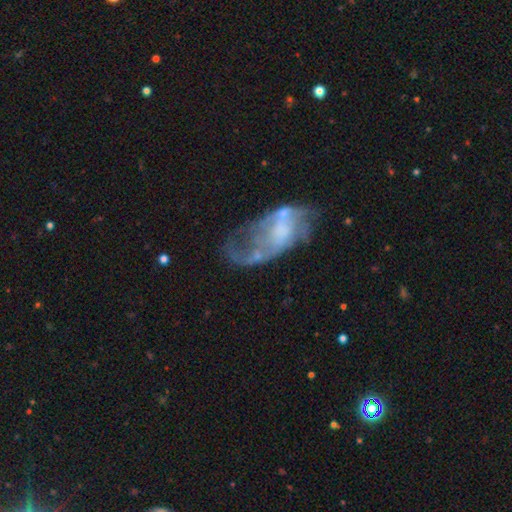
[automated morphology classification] A featured or disk galaxy (72%) with no bar (67%), spiral arms (66%) and no central bulge (41%).

Vote fractions:
- Smooth or featured? featured or disk: 72% / smooth: 19% / star or artifact: 9%
- Edge-on disk? no: 96% / yes: 4%
- Bar? no: 67% / weak: 27% / strong: 6%
- Spiral arms? yes: 66% / no: 34%
- Bulge size? none: 41% / small: 24% / moderate: 24% / large: 9% / dominant: 2%
- Merging? none: 37% / major disturbance: 34% / minor disturbance: 20% / merger: 9%